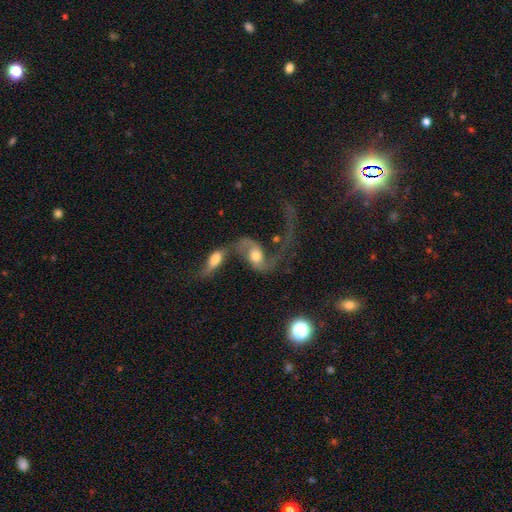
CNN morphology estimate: The model was most divided on "bar": no: 59%, weak: 31%, strong: 10%. More confident: edge-on disk — no (94%); spiral arms — yes (87%); spiral winding — loose (83%); spiral arm count — 2 (81%); smooth or featured — featured or disk (72%); bulge size — moderate (62%); merging — merger (60%).